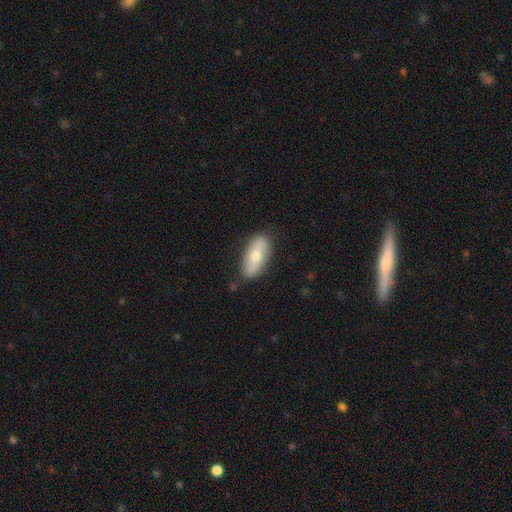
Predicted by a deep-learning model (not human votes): The model was most divided on "smooth or featured": smooth: 64%, featured or disk: 31%, star or artifact: 6%. More confident: how rounded — in between (84%); merging — none (81%).